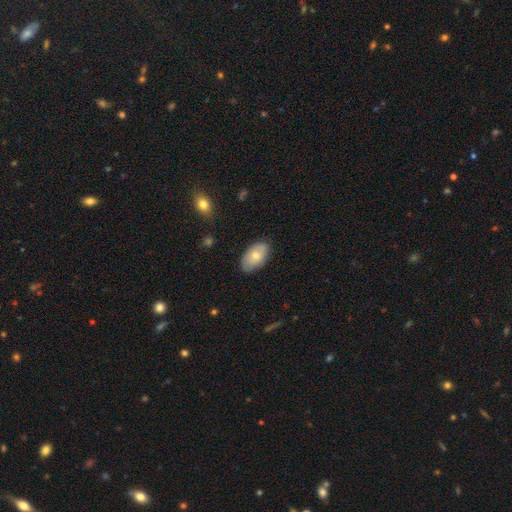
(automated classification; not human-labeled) Smooth or featured?
  - smooth: 68% *
  - featured or disk: 25%
  - star or artifact: 6%
How rounded?
  - in between: 93% *
  - round: 5%
  - cigar-shaped: 2%
Merging?
  - none: 78% *
  - minor disturbance: 18%
  - major disturbance: 3%
  - merger: 1%